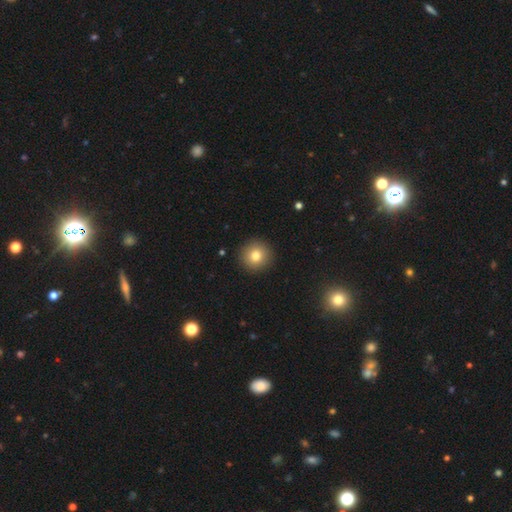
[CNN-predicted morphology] Smooth or featured?
  - smooth: 80% *
  - star or artifact: 11%
  - featured or disk: 9%
How rounded?
  - round: 94% *
  - in between: 5%
  - cigar-shaped: 1%
Merging?
  - none: 92% *
  - minor disturbance: 5%
  - major disturbance: 2%
  - merger: 1%